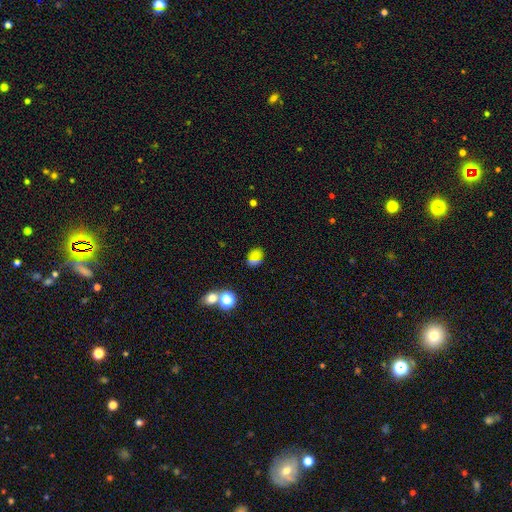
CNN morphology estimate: This appears to be a smooth galaxy with no disk features (64%) that is in between round and cigar-shaped (51%). Merging: none (63%).